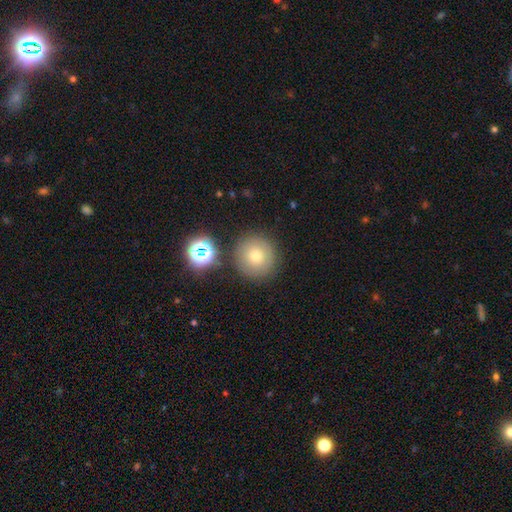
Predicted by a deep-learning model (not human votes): This is likely a smooth galaxy (69%). How rounded: clearly round (95%). Merging: clearly none (84%).